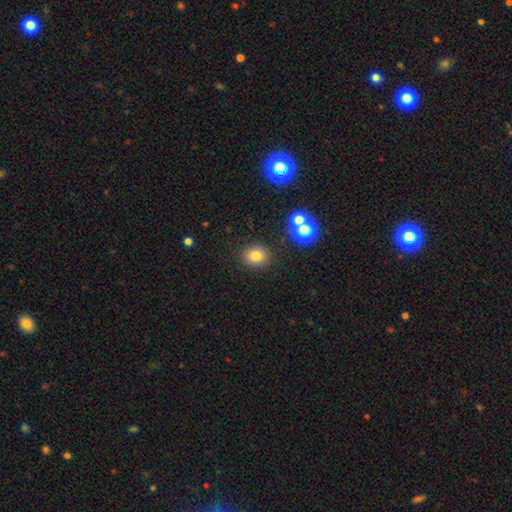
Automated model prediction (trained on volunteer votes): Overall: smooth (77%). How rounded: round (74%). Merging: none (86%).